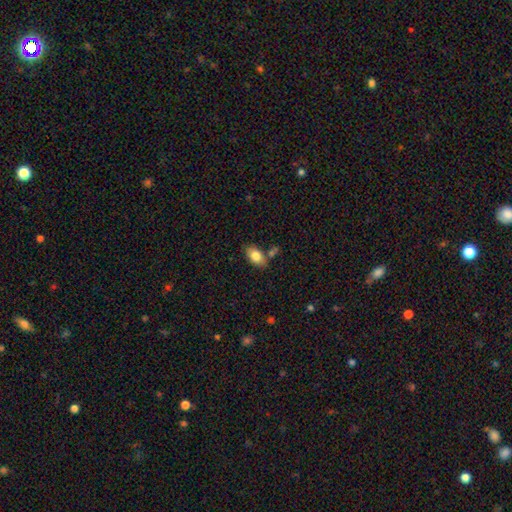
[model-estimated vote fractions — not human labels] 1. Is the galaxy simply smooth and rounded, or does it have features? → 81% smooth, 12% featured or disk, 7% star or artifact.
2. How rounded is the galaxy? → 91% in between, 6% round, 3% cigar-shaped.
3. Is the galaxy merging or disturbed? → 71% none, 14% minor disturbance, 11% merger, 3% major disturbance.